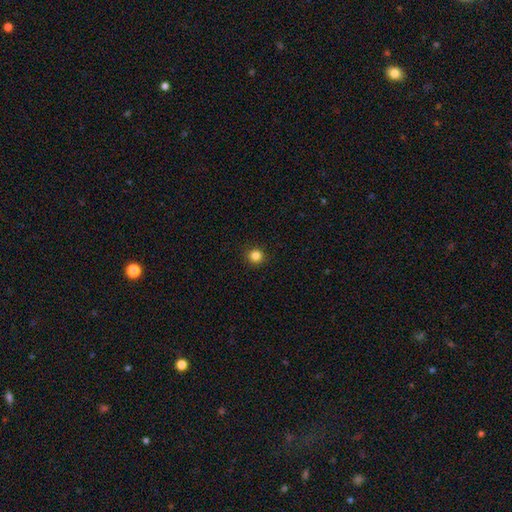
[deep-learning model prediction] smooth_or_featured: smooth (p=0.84) [alt: star or artifact p=0.12]
how_rounded: round (p=0.95) [alt: in between p=0.04]
merging: none (p=0.92) [alt: minor disturbance p=0.05]